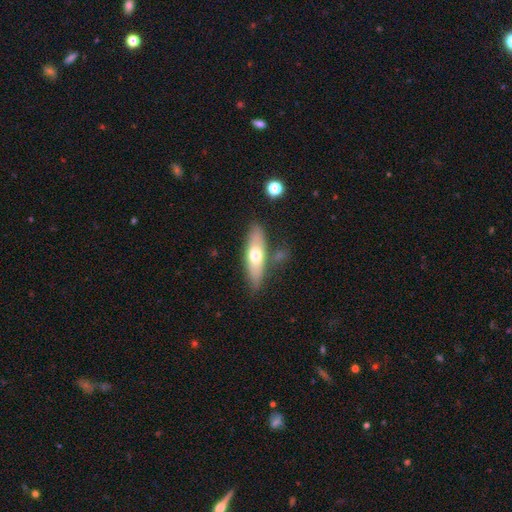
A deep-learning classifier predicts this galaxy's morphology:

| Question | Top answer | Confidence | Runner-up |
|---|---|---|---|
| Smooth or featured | smooth | 56% | featured or disk (38%) |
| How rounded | cigar-shaped | 55% | in between (42%) |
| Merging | none | 78% | minor disturbance (14%) |